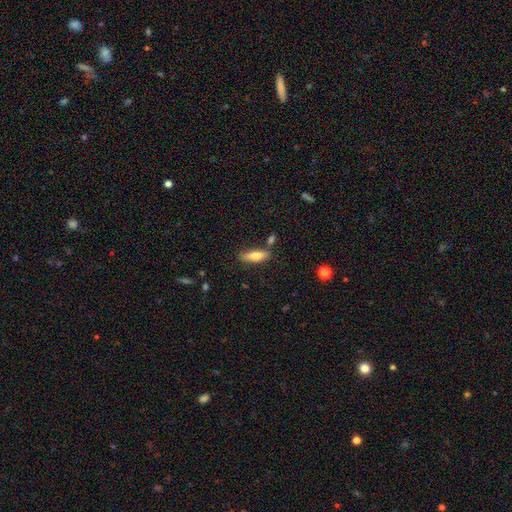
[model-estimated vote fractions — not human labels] Smooth or featured: smooth — 73% (featured or disk — 20%)
How rounded: cigar-shaped — 51% (in between — 47%)
Merging: none — 71% (minor disturbance — 15%)